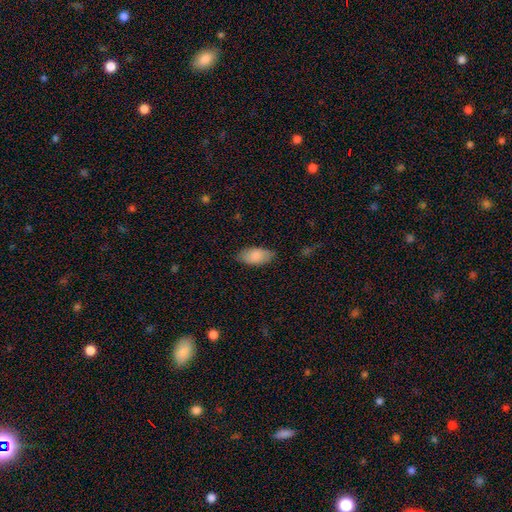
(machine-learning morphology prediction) Smooth or featured? Predicted: smooth (p=0.86). How rounded? Predicted: in between (p=0.93). Merging? Predicted: none (p=0.84).